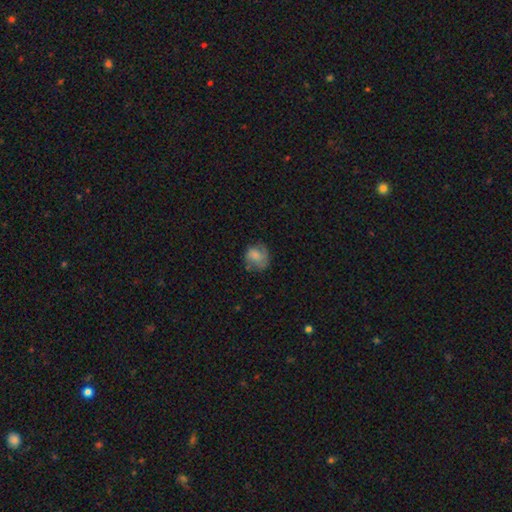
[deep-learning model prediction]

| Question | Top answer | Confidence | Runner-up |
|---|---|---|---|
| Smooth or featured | smooth | 65% | featured or disk (26%) |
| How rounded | round | 70% | in between (29%) |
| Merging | none | 58% | minor disturbance (27%) |